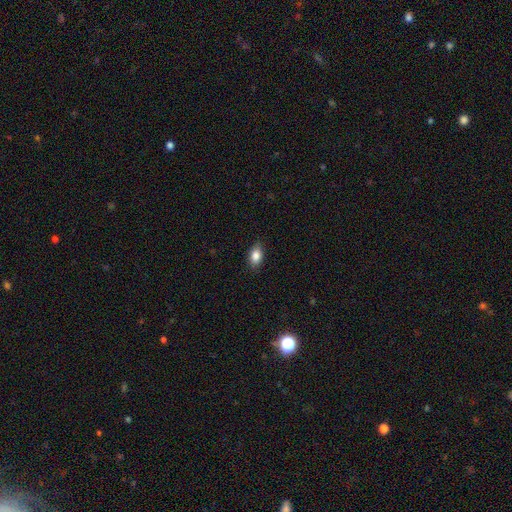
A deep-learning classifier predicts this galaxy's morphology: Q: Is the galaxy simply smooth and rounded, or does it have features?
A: smooth — 84%.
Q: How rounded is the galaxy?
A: in between — 85%.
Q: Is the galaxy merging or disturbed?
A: none — 84%.